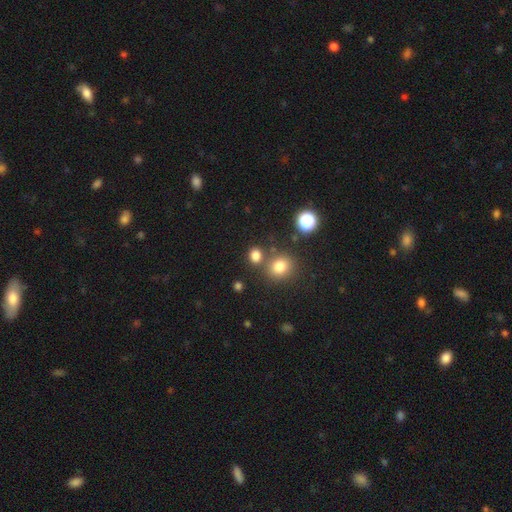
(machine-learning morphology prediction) Smooth or featured: smooth — 77% (star or artifact — 18%)
How rounded: round — 67% (in between — 32%)
Merging: none — 72% (merger — 15%)